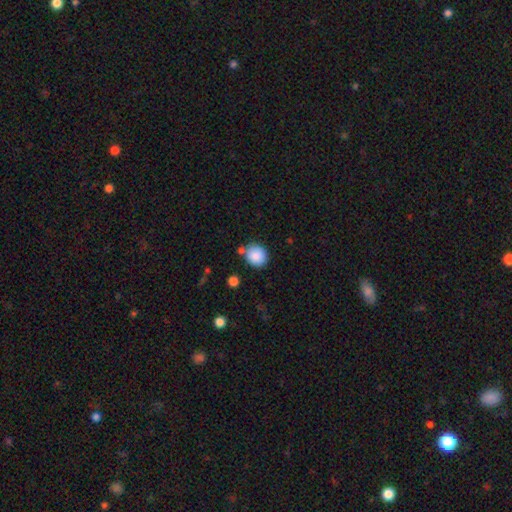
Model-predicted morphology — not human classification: The model was most divided on "merging": none: 74%, minor disturbance: 12%, merger: 10%, major disturbance: 3%. More confident: smooth or featured — smooth (87%); how rounded — round (81%).